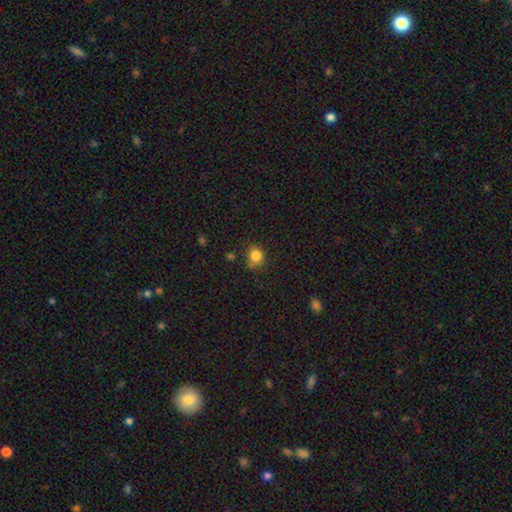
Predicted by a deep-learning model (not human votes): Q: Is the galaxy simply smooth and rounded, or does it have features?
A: smooth — 83%.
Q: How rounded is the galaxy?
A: round — 76%.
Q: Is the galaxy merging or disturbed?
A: none — 67%.